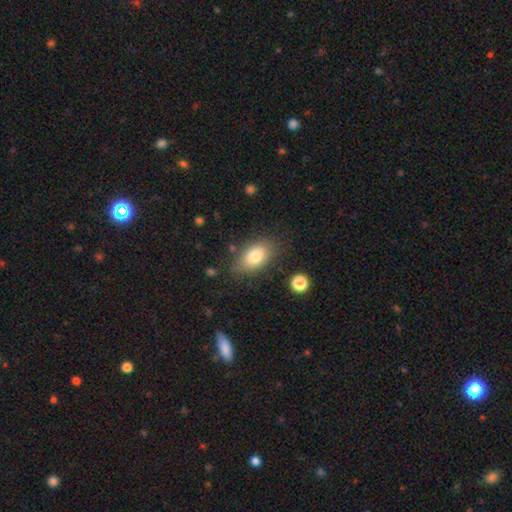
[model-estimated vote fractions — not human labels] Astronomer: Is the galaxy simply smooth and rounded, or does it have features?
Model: smooth — 79%.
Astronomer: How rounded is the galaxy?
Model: in between — 88%.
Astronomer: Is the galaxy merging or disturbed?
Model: none — 76%.